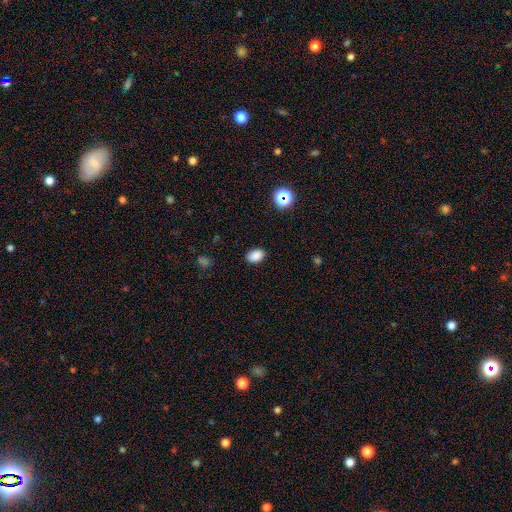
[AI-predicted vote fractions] Smooth or featured: smooth — 86% (star or artifact — 11%)
How rounded: in between — 81% (round — 18%)
Merging: none — 86% (minor disturbance — 10%)